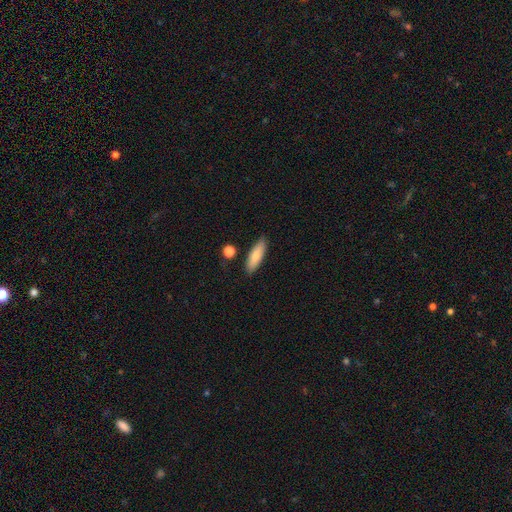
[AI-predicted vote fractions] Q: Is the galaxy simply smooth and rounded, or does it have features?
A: smooth — 80%.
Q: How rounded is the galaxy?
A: cigar-shaped — 52%.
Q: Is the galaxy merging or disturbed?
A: none — 85%.